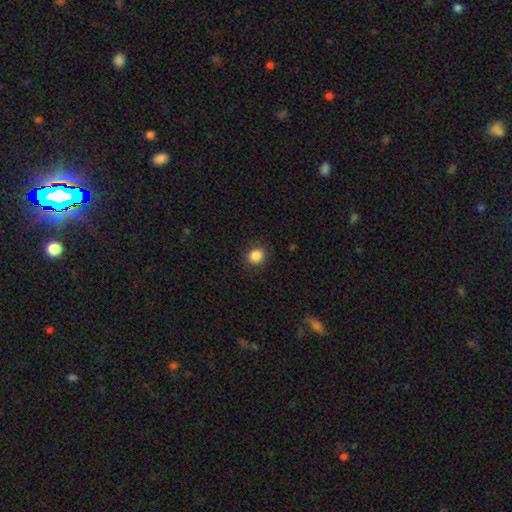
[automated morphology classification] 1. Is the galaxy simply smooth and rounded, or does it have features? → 86% smooth, 10% star or artifact, 4% featured or disk.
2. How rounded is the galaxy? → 76% round, 23% in between, 1% cigar-shaped.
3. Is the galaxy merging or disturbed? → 89% none, 7% minor disturbance, 2% major disturbance, 1% merger.